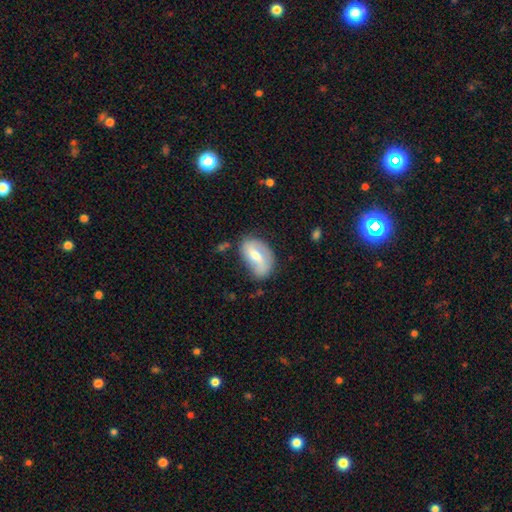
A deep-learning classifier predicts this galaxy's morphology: smooth_or_featured: smooth (p=0.49) [alt: featured or disk p=0.45]
merging: none (p=0.63) [alt: minor disturbance p=0.25]